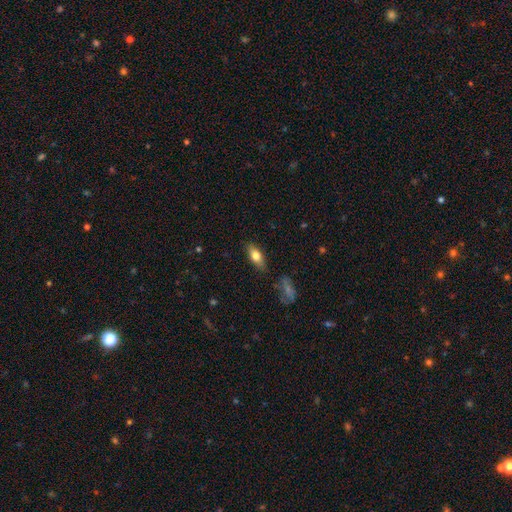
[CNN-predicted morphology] The model was most divided on "smooth or featured": smooth: 72%, featured or disk: 21%, star or artifact: 7%. More confident: merging — none (84%); how rounded — in between (81%).